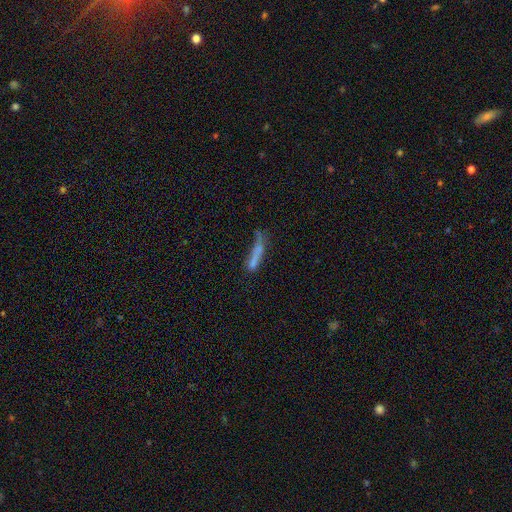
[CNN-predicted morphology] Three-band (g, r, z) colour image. It shows a smooth galaxy with no disk features (62%) that is cigar-shaped (85%). Merging: none (40%).